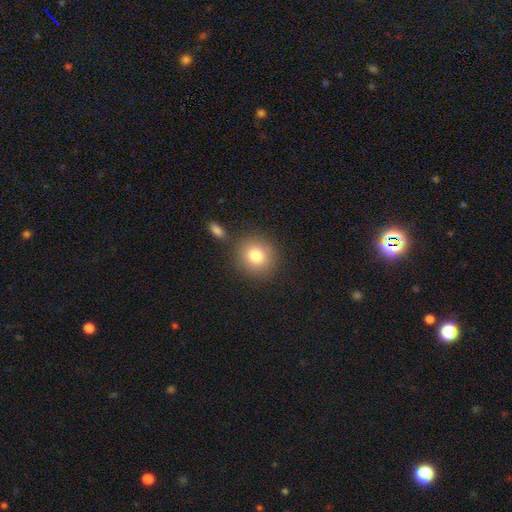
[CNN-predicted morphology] This appears to be a smooth galaxy with no disk features (80%) that is round (87%). Merging: none (82%).